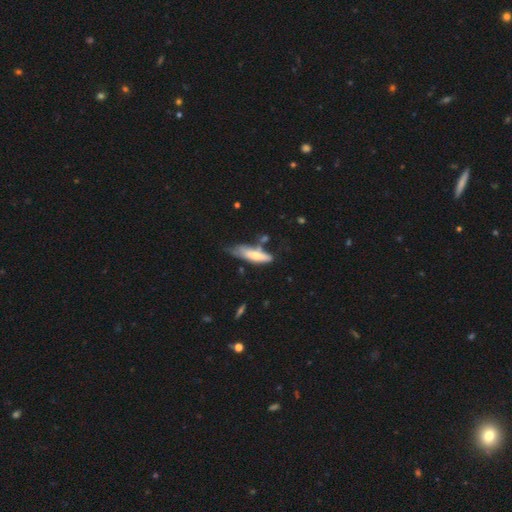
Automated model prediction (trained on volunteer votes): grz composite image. It shows a smooth galaxy with no disk features (54%) that is cigar-shaped (59%). Merging: none (38%).